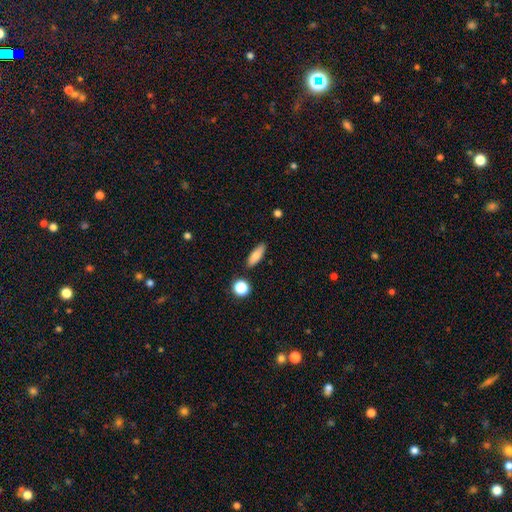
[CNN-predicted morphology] Q: Smooth or featured?
A: smooth (80%); runner-up: featured or disk (12%)
Q: How rounded?
A: in between (60%); runner-up: cigar-shaped (36%)
Q: Merging?
A: none (86%); runner-up: minor disturbance (9%)